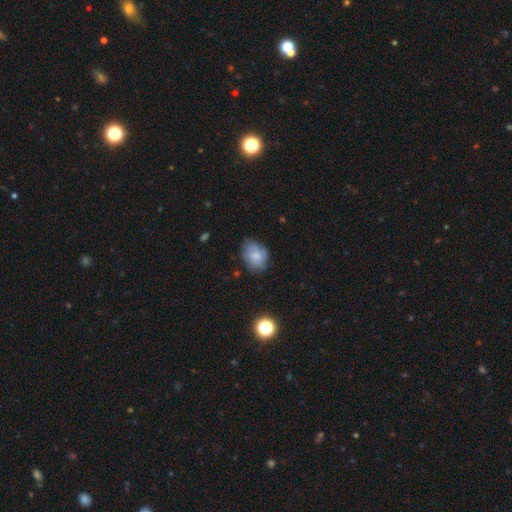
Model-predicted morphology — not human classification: Q: Smooth or featured?
A: smooth (74%); runner-up: featured or disk (17%)
Q: How rounded?
A: in between (67%); runner-up: round (32%)
Q: Merging?
A: none (68%); runner-up: minor disturbance (25%)